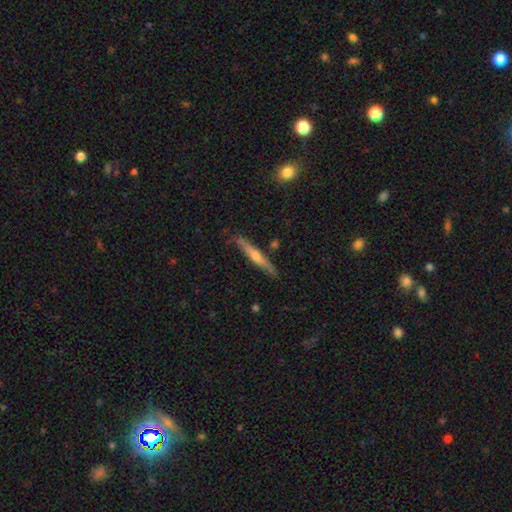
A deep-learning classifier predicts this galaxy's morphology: smooth-or-featured: featured or disk: 68% | smooth: 25% | star or artifact: 6%
  disk-edge-on: yes: 97% | no: 3%
    edge-on-bulge: rounded: 80% | none: 14% | boxy: 5%
  merging: none: 87% | minor disturbance: 10% | major disturbance: 2% | merger: 2%